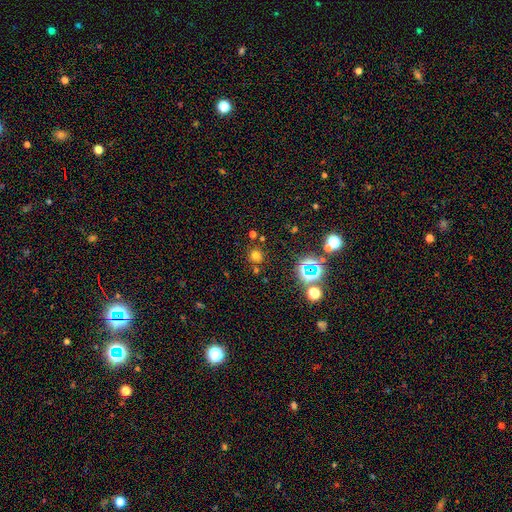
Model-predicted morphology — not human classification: Smooth or featured? Predicted: smooth (p=0.67). How rounded? Predicted: round (p=0.92). Merging? Predicted: none (p=0.80).